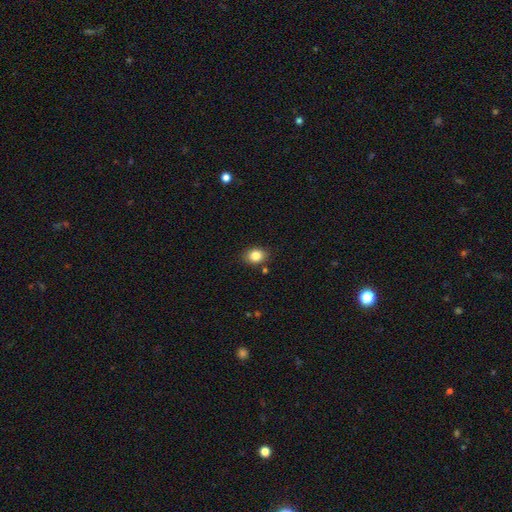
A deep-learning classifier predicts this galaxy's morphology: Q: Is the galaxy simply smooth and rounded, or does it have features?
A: smooth — 83%.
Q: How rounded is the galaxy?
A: in between — 50%.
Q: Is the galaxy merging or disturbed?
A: none — 85%.